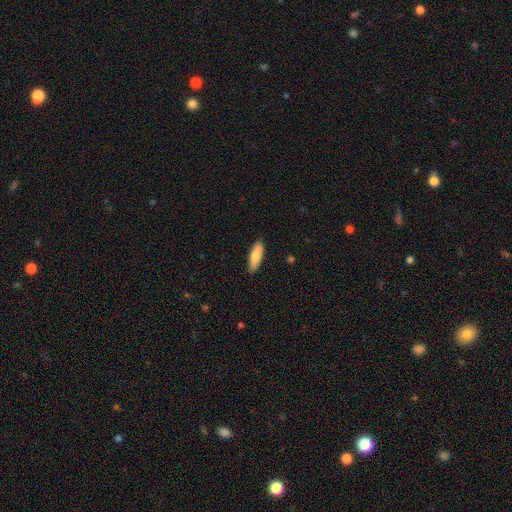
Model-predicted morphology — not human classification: Smooth or featured? smooth (78%)
How rounded? in between (54%)
Merging? none (84%)